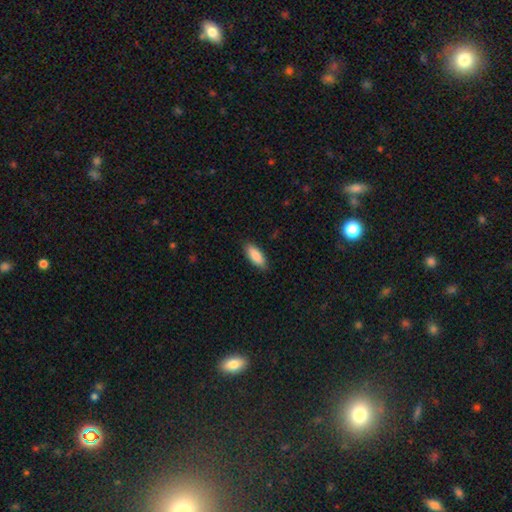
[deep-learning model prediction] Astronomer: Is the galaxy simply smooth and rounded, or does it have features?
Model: smooth — 88%.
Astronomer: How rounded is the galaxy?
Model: in between — 77%.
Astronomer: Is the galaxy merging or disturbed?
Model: none — 87%.